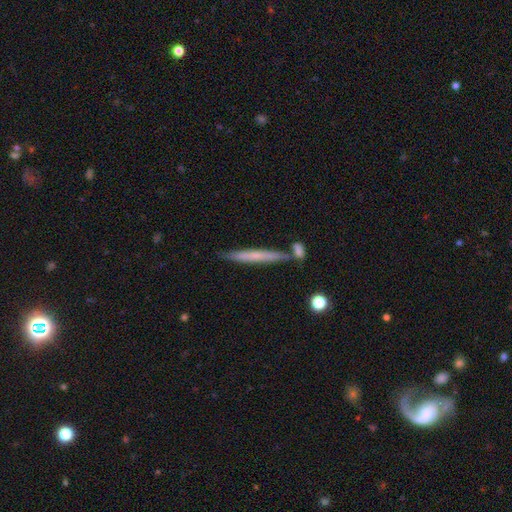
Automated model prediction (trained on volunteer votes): This appears to be a smooth galaxy with no disk features (50%) that is cigar-shaped (96%). Merging: none (78%).